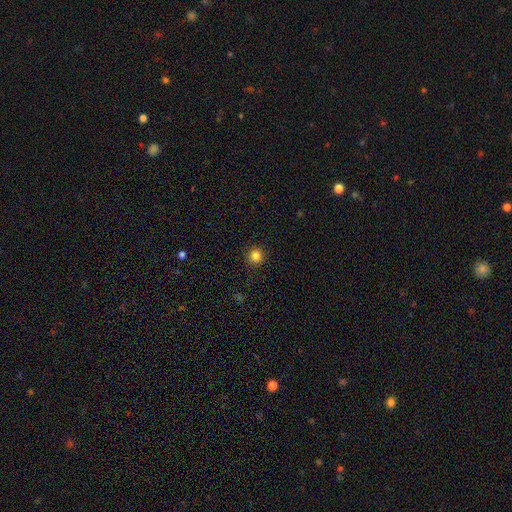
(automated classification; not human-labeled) This appears to be a smooth galaxy with no disk features (84%) that is round (90%). Merging: none (89%).